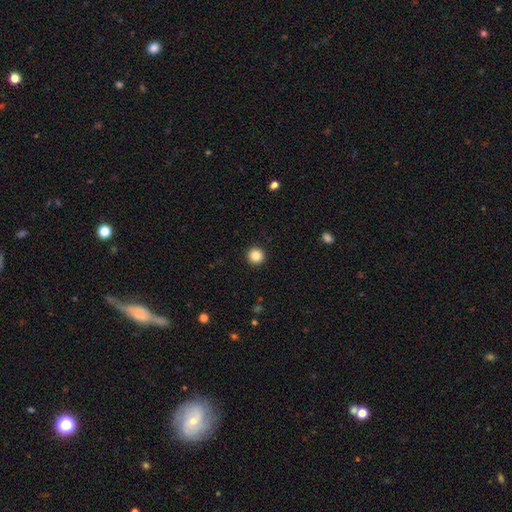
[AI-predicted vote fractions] This appears to be a smooth galaxy with no disk features (86%) that is round (96%). Merging: none (93%).